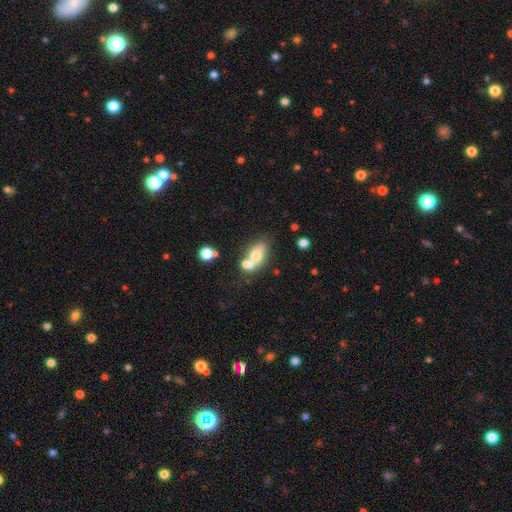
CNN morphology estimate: The model was most divided on "merging": merger: 54%, none: 30%, minor disturbance: 10%, major disturbance: 6%. More confident: how rounded — in between (75%); smooth or featured — smooth (67%).